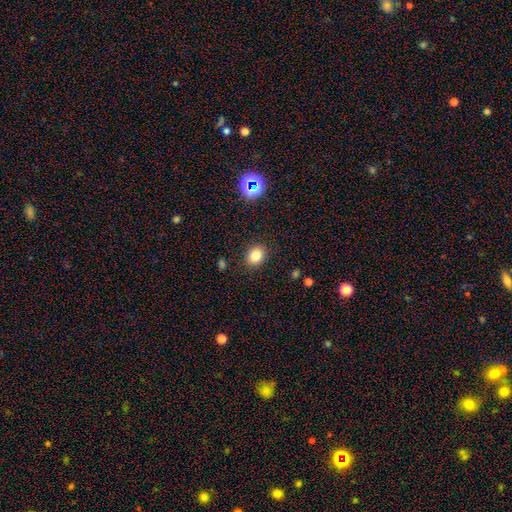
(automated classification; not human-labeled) Smooth or featured: smooth — 82% (star or artifact — 12%)
How rounded: round — 50% (in between — 49%)
Merging: none — 87% (minor disturbance — 9%)